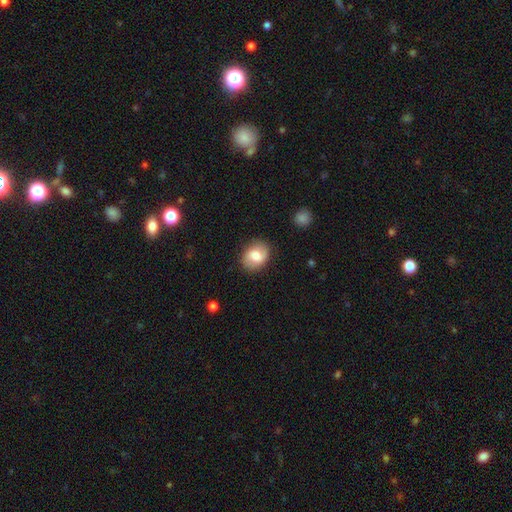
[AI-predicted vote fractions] This is likely a smooth galaxy (68%). How rounded: possibly in between (55%). Merging: clearly none (82%).